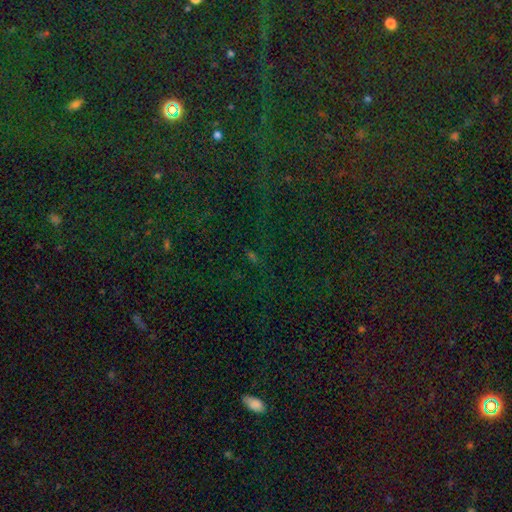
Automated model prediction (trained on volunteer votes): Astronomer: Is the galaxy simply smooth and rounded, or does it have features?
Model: star or artifact — 80%.